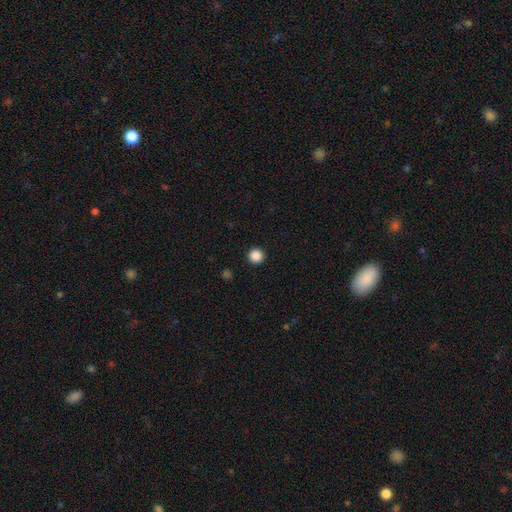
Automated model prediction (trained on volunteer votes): smooth 87%, star or artifact 10%, featured or disk 2%. Down the decision tree: how rounded — round (96%); merging — none (94%).